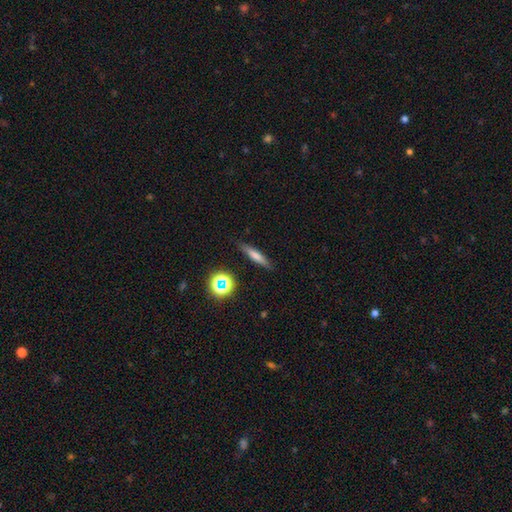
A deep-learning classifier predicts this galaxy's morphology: Overall: smooth (65%). How rounded: cigar-shaped (85%). Merging: none (86%).